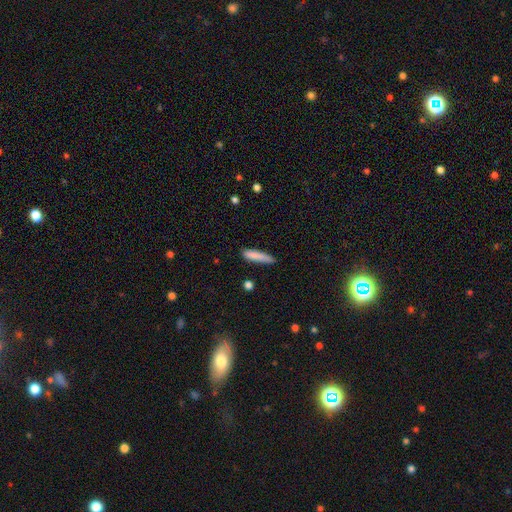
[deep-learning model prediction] Smooth or featured: smooth — 84% (featured or disk — 9%)
How rounded: cigar-shaped — 85% (in between — 14%)
Merging: none — 78% (minor disturbance — 17%)